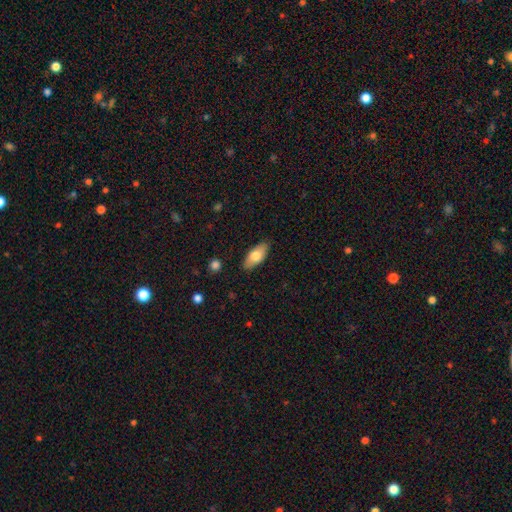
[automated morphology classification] A smooth galaxy with no disk features (73%) that is in between round and cigar-shaped (85%). Merging: none (86%).